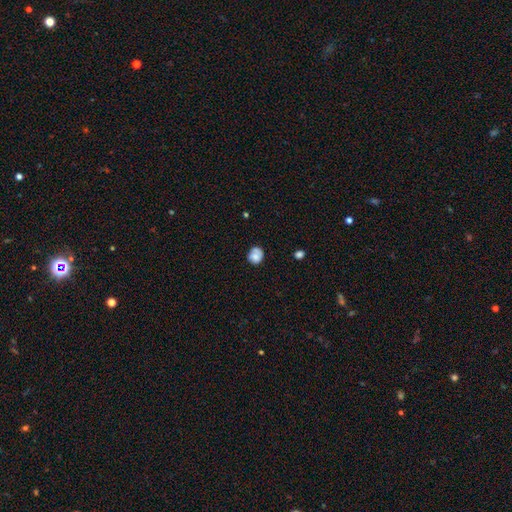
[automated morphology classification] Smooth or featured?
  - smooth: 74% *
  - featured or disk: 17%
  - star or artifact: 9%
How rounded?
  - round: 74% *
  - in between: 25%
  - cigar-shaped: 1%
Merging?
  - none: 61% *
  - minor disturbance: 25%
  - major disturbance: 8%
  - merger: 6%